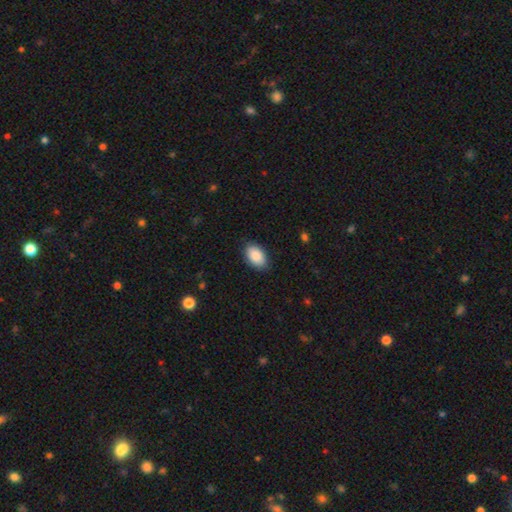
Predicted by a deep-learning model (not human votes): Smooth or featured?
  - smooth: 89% *
  - star or artifact: 6%
  - featured or disk: 5%
How rounded?
  - in between: 93% *
  - round: 6%
  - cigar-shaped: 1%
Merging?
  - none: 85% *
  - minor disturbance: 11%
  - major disturbance: 2%
  - merger: 1%